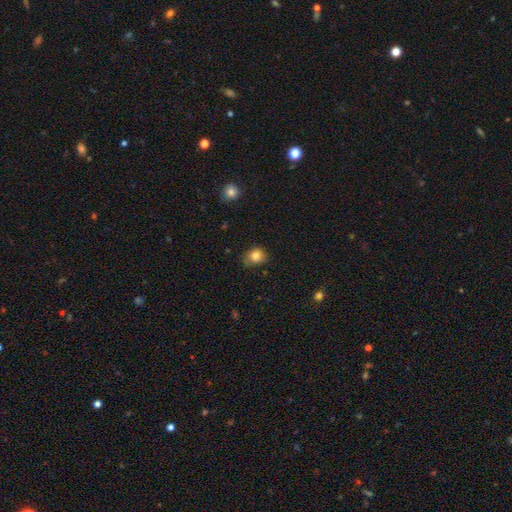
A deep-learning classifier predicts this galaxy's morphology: smooth 83%, star or artifact 11%, featured or disk 6%. Down the decision tree: how rounded — round (67%); merging — none (67%).